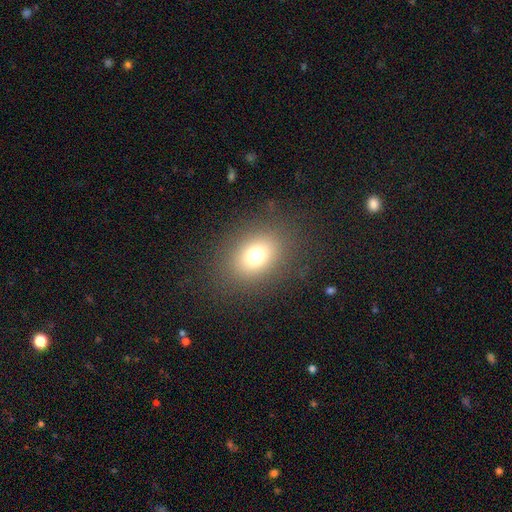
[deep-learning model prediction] smooth_or_featured: smooth (p=0.72) [alt: star or artifact p=0.17]
how_rounded: in between (p=0.54) [alt: round p=0.45]
merging: none (p=0.84) [alt: minor disturbance p=0.09]